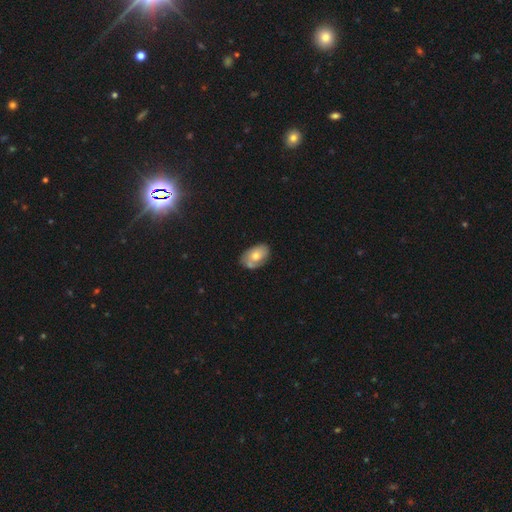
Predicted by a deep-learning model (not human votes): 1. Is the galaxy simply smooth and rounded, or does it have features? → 61% smooth, 32% featured or disk, 7% star or artifact.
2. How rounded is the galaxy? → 89% in between, 10% round, 1% cigar-shaped.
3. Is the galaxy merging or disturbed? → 61% none, 24% minor disturbance, 9% merger, 5% major disturbance.